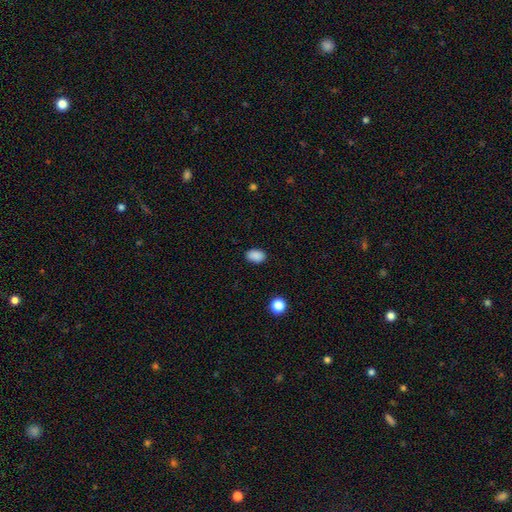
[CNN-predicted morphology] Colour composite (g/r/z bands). It shows a smooth galaxy with no disk features (88%) that is in between round and cigar-shaped (84%). Merging: none (86%).